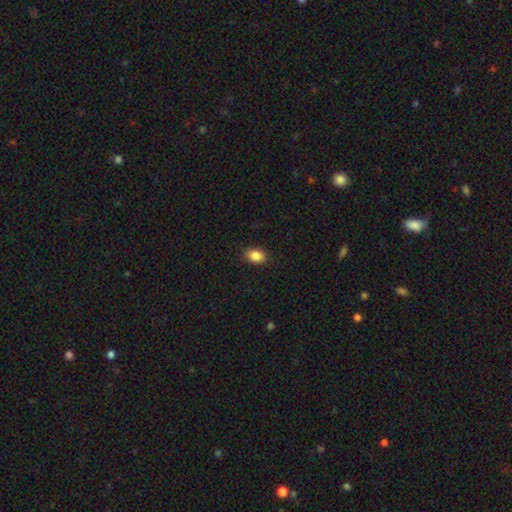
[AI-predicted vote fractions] Smooth or featured: smooth — 87% (star or artifact — 9%)
How rounded: in between — 73% (round — 25%)
Merging: none — 89% (minor disturbance — 8%)